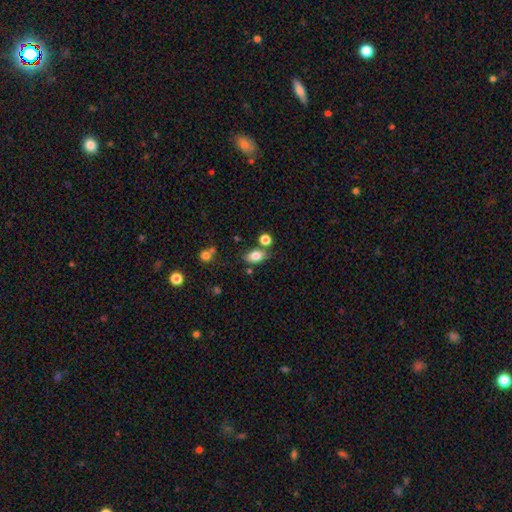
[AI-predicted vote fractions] This is clearly a smooth galaxy (82%). How rounded: clearly in between (86%). Merging: likely none (71%).